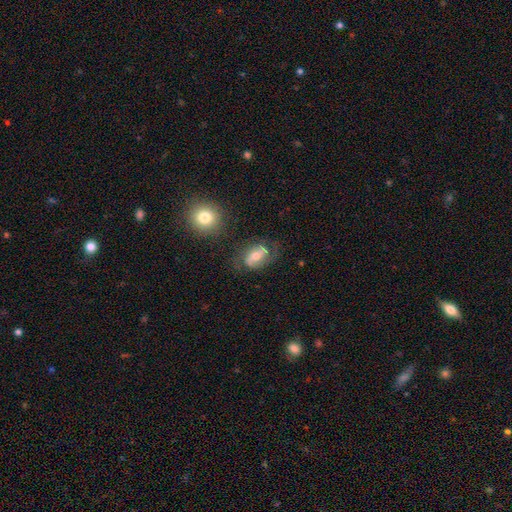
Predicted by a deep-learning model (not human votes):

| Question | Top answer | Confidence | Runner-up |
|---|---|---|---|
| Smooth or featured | featured or disk | 62% | smooth (29%) |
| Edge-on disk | no | 95% | yes (5%) |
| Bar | weak | 40% | no (36%) |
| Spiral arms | yes | 84% | no (16%) |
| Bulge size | moderate | 60% | small (29%) |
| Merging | none | 62% | minor disturbance (21%) |